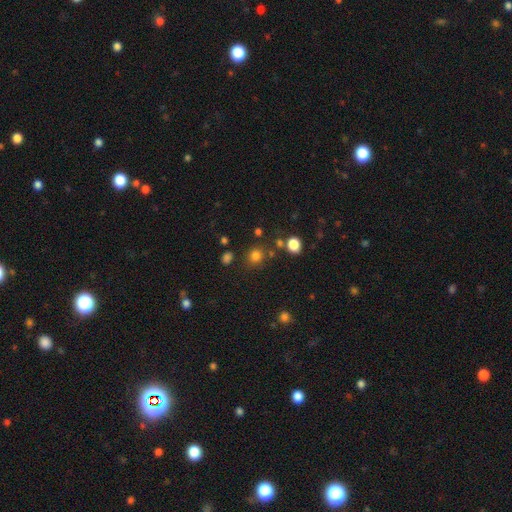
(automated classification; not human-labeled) Smooth or featured? Predicted: smooth (p=0.79). How rounded? Predicted: round (p=0.82). Merging? Predicted: none (p=0.79).